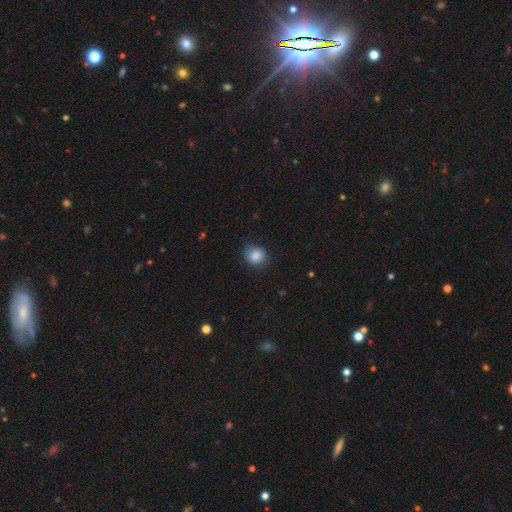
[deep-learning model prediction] This is clearly a smooth galaxy (86%). How rounded: likely round (76%). Merging: clearly none (84%).